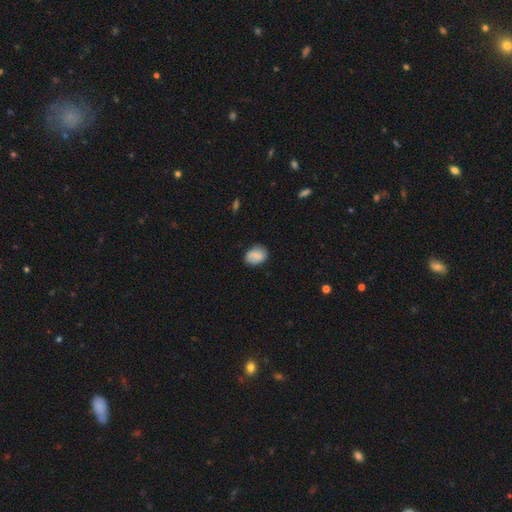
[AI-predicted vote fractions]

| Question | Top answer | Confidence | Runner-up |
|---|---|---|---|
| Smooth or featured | smooth | 78% | featured or disk (14%) |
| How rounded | in between | 65% | round (34%) |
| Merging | none | 77% | minor disturbance (17%) |